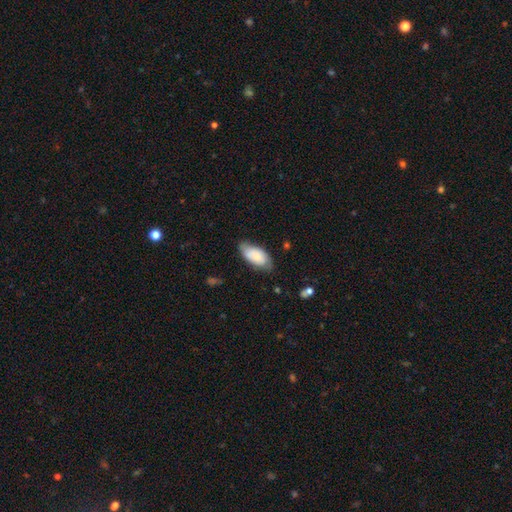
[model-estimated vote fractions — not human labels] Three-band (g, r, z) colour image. It shows a smooth galaxy with no disk features (68%) that is in between round and cigar-shaped (92%). Merging: none (66%).